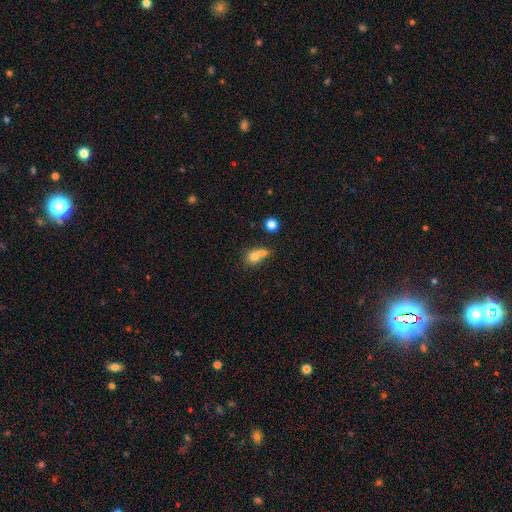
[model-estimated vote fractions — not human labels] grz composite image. It shows a smooth galaxy with no disk features (74%) that is round (62%). Merging: merger (58%).